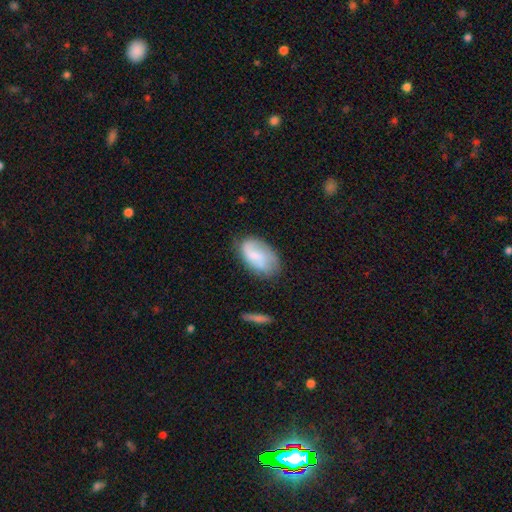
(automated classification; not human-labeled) A smooth galaxy with no disk features (57%) that is in between round and cigar-shaped (91%). Merging: none (60%).